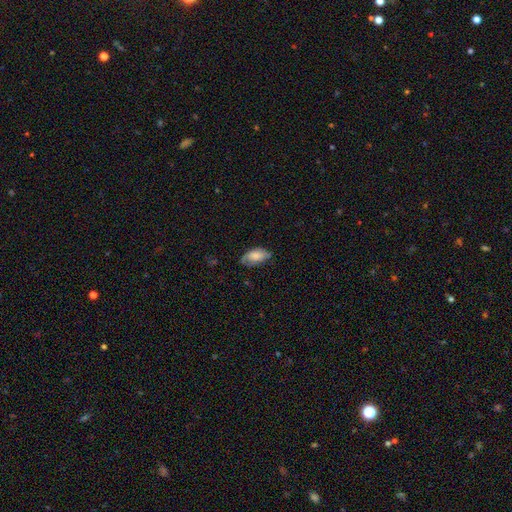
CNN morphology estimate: Overall: smooth (72%). How rounded: in between (93%). Merging: none (56%; minor disturbance 33%).